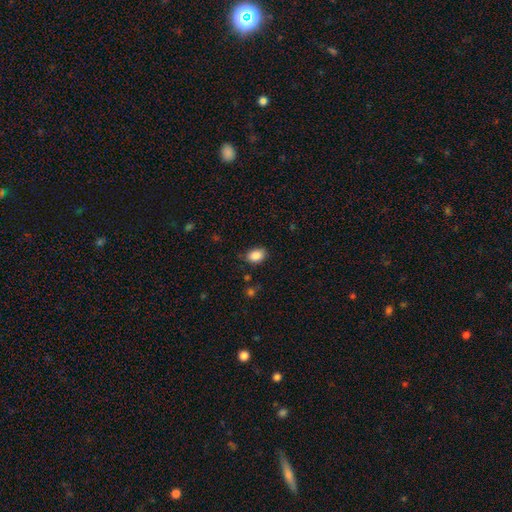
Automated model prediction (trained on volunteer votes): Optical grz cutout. It shows a smooth galaxy with no disk features (87%) that is in between round and cigar-shaped (77%). Merging: none (78%).